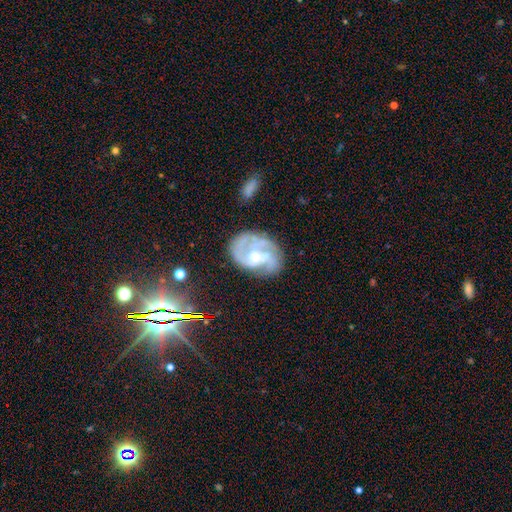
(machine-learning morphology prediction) smooth_or_featured: featured or disk (p=0.80) [alt: smooth p=0.14]
disk_edge_on: no (p=0.98) [alt: yes p=0.02]
bar: no (p=0.61) [alt: weak p=0.33]
has_spiral_arms: yes (p=0.91) [alt: no p=0.09]
spiral_winding: medium (p=0.43) [alt: tight p=0.41]
spiral_arm_count: 2 (p=0.31) [alt: 3 p=0.29]
bulge_size: small (p=0.44) [alt: moderate p=0.40]
merging: none (p=0.59) [alt: minor disturbance p=0.22]